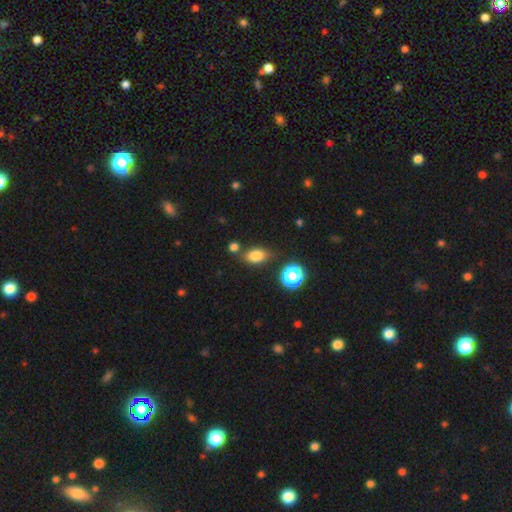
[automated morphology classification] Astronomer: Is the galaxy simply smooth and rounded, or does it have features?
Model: smooth — 79%.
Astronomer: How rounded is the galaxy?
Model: in between — 76%.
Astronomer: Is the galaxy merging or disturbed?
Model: none — 70%.